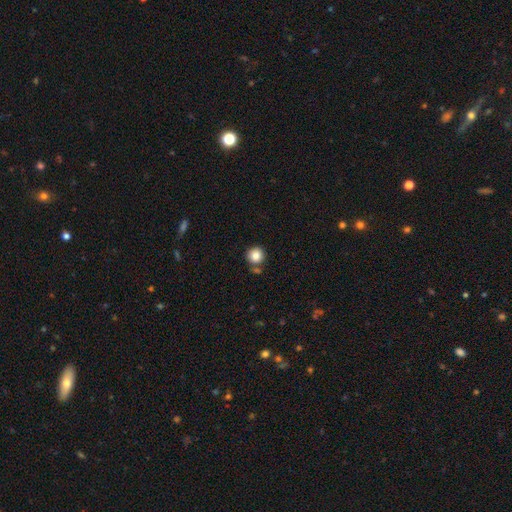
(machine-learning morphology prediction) This appears to be a smooth galaxy with no disk features (85%) that is round (94%). Merging: none (75%).